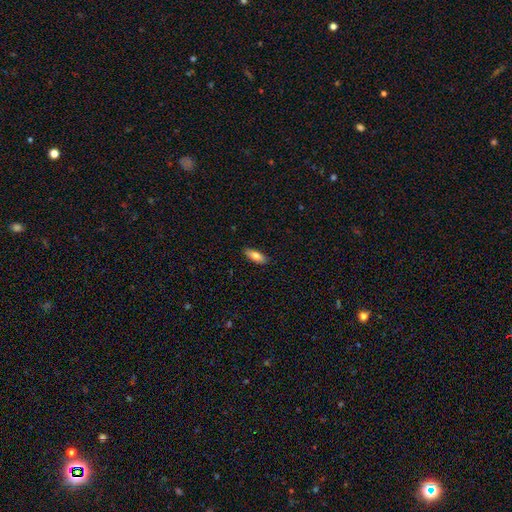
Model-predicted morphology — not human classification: smooth-or-featured: smooth: 75% | featured or disk: 19% | star or artifact: 6%
  how-rounded: in between: 72% | cigar-shaped: 26% | round: 2%
  merging: none: 88% | minor disturbance: 9% | major disturbance: 2% | merger: 1%